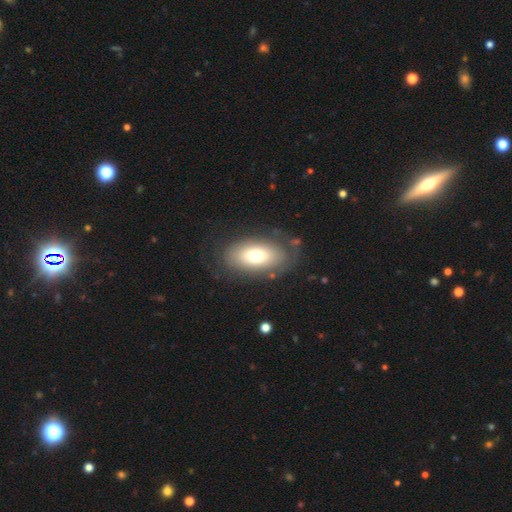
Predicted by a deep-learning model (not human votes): smooth 69%, featured or disk 23%, star or artifact 8%. Down the decision tree: how rounded — in between (90%); merging — none (76%).